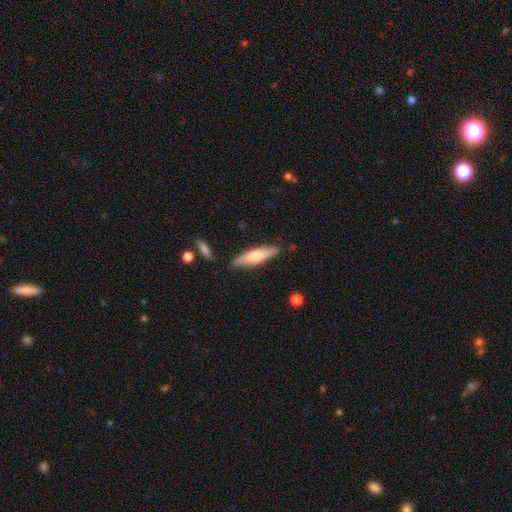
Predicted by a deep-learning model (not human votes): smooth_or_featured: smooth (p=0.63) [alt: featured or disk p=0.32]
how_rounded: cigar-shaped (p=0.66) [alt: in between p=0.32]
merging: none (p=0.84) [alt: minor disturbance p=0.12]